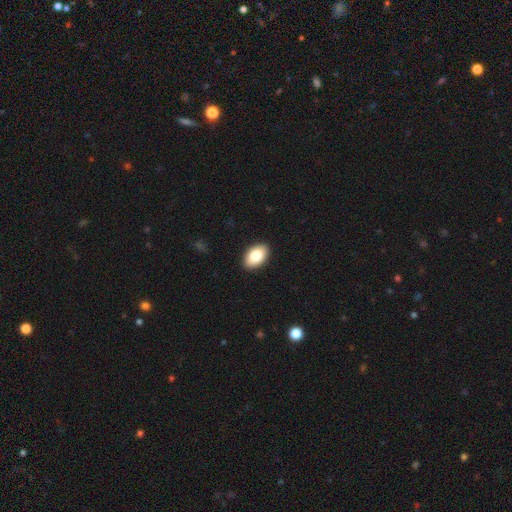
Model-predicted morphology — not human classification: Smooth or featured?
  - smooth: 84% *
  - featured or disk: 9%
  - star or artifact: 7%
How rounded?
  - in between: 93% *
  - round: 6%
  - cigar-shaped: 1%
Merging?
  - none: 91% *
  - minor disturbance: 7%
  - major disturbance: 2%
  - merger: 1%